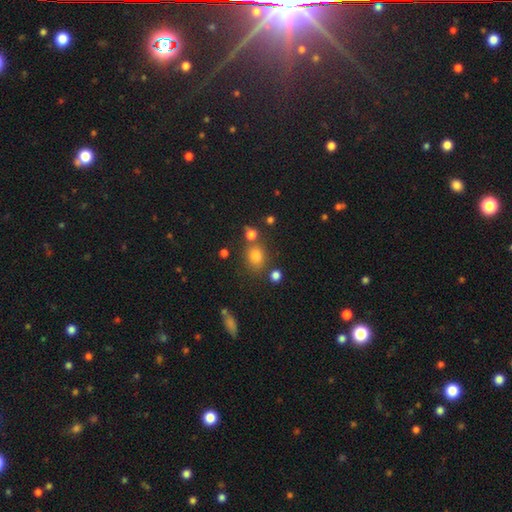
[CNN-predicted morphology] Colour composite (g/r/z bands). It shows a smooth galaxy with no disk features (74%) that is round (65%). Merging: none (71%).